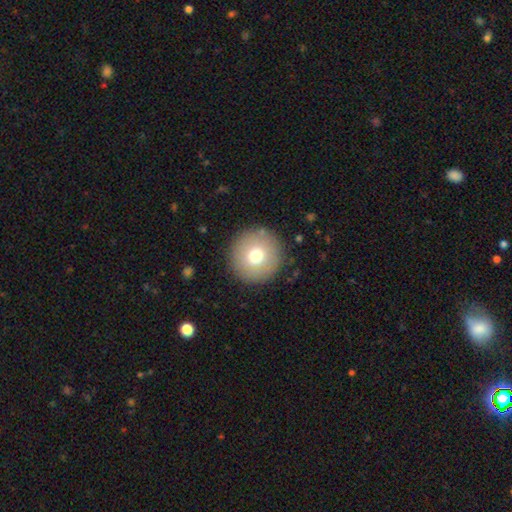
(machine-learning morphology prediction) A smooth galaxy with no disk features (72%) that is round (96%).

Vote fractions:
- Smooth or featured? smooth: 72% / featured or disk: 18% / star or artifact: 11%
- How rounded? round: 96% / in between: 3% / cigar-shaped: 1%
- Merging? none: 89% / minor disturbance: 7% / major disturbance: 3% / merger: 1%